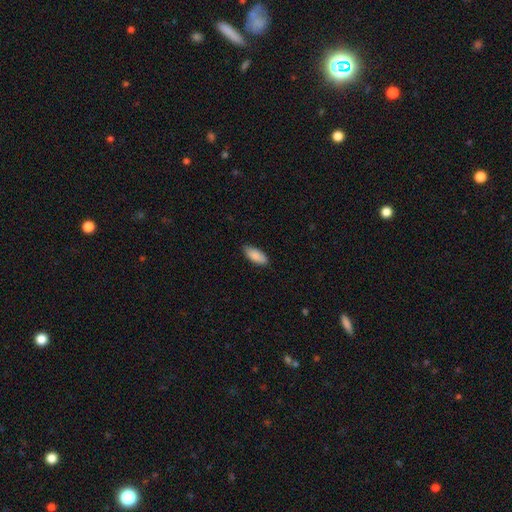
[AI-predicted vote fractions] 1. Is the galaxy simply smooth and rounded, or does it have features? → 89% smooth, 6% star or artifact, 5% featured or disk.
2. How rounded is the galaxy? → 86% in between, 13% cigar-shaped, 2% round.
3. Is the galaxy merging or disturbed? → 83% none, 14% minor disturbance, 2% major disturbance, 1% merger.